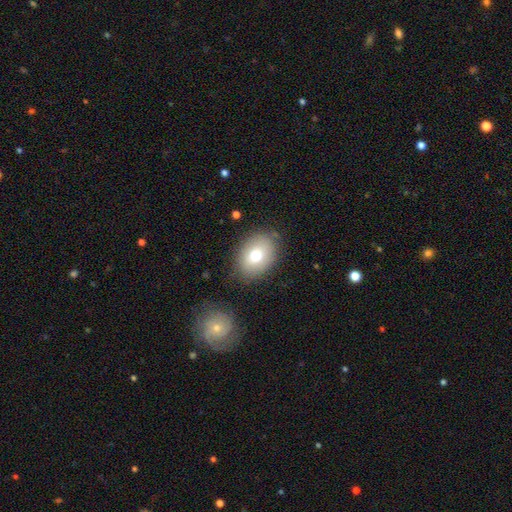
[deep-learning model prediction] Q: Smooth or featured?
A: smooth (72%); runner-up: featured or disk (18%)
Q: How rounded?
A: in between (74%); runner-up: round (25%)
Q: Merging?
A: none (81%); runner-up: minor disturbance (13%)